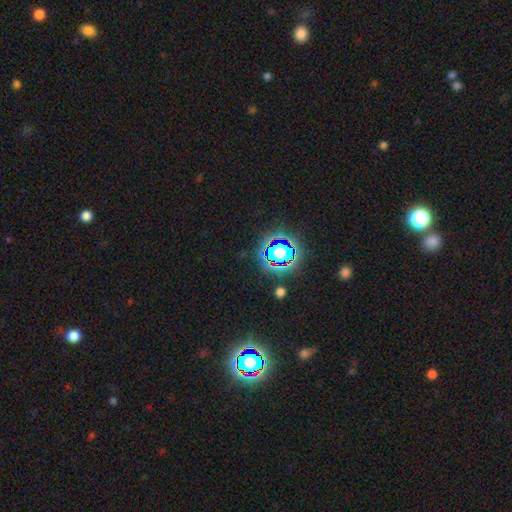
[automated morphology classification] smooth-or-featured: star or artifact: 76% | smooth: 15% | featured or disk: 9%